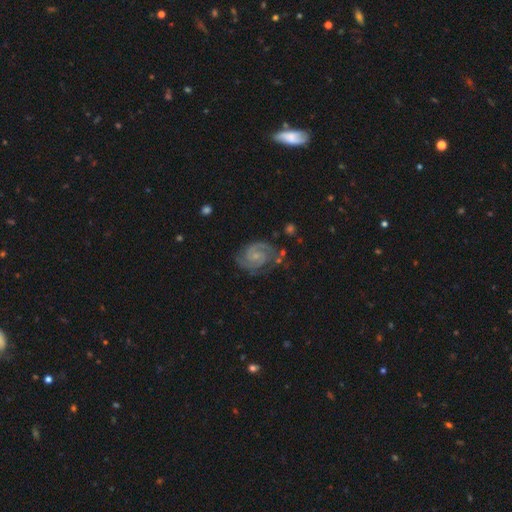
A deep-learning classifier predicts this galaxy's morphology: type=featured or disk (89%); edge-on=no (98%); bar=no (62%); spiral arms=yes (98%); winding=tight (54%); arm count=2 (86%); bulge=small (68%); merging=none (74%).